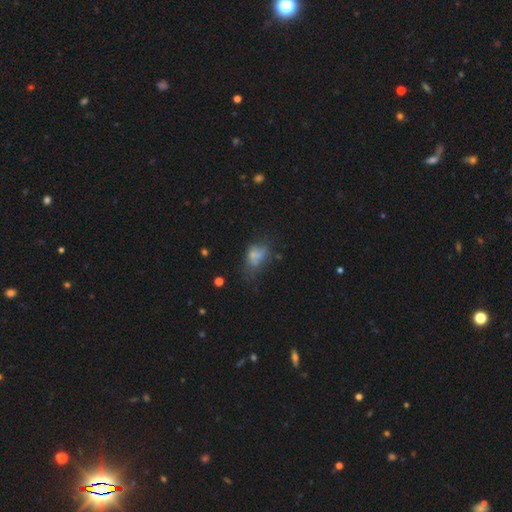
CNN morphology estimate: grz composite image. It shows a smooth galaxy with no disk features (59%) that is in between round and cigar-shaped (80%). Merging: major disturbance (33%).